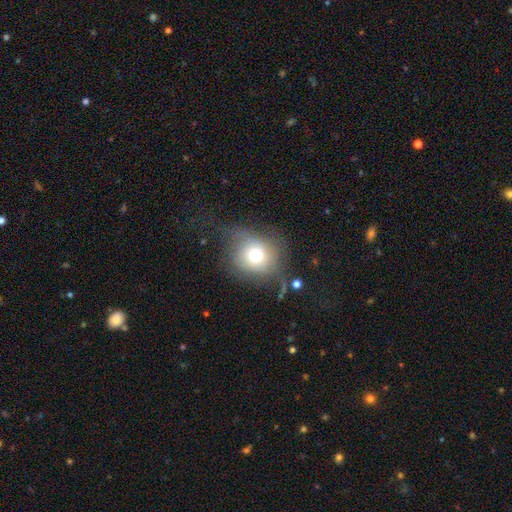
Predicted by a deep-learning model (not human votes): Overall: smooth (66%). How rounded: round (78%). Merging: none (53%; minor disturbance 23%).